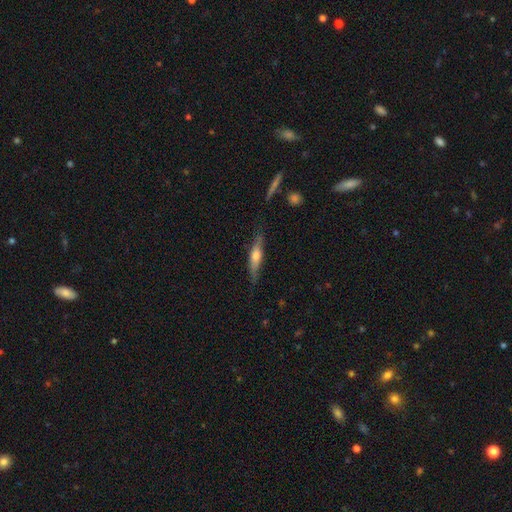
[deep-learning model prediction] Q: Smooth or featured?
A: featured or disk (51%); runner-up: smooth (43%)
Q: Edge-on disk?
A: yes (91%); runner-up: no (9%)
Q: Merging?
A: none (78%); runner-up: minor disturbance (17%)